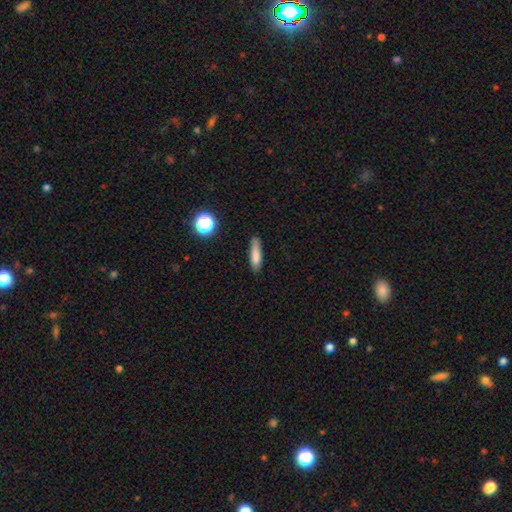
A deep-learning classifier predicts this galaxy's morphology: Q: Smooth or featured?
A: smooth (79%); runner-up: featured or disk (11%)
Q: How rounded?
A: cigar-shaped (74%); runner-up: in between (24%)
Q: Merging?
A: none (79%); runner-up: minor disturbance (16%)